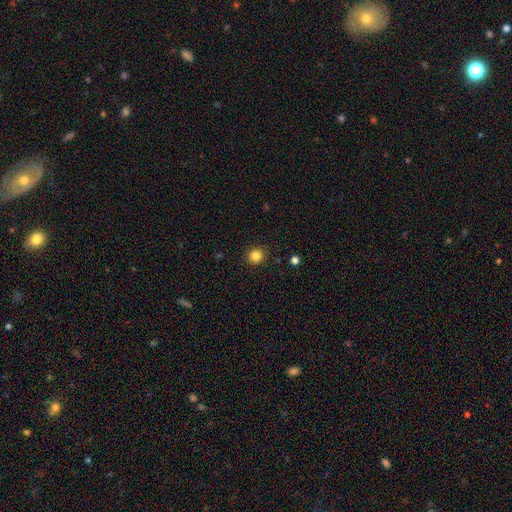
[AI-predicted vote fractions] This appears to be a smooth galaxy with no disk features (84%) that is round (92%). Merging: none (91%).